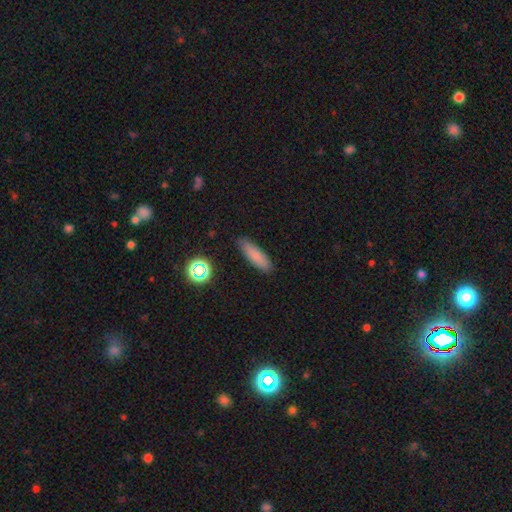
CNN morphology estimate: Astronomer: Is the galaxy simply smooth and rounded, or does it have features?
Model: smooth — 81%.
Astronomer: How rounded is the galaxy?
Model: cigar-shaped — 59% (runner-up: in between, 39%).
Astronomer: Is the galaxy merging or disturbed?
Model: none — 84%.